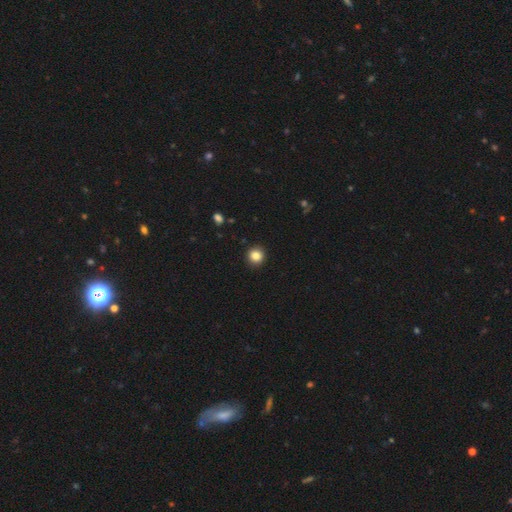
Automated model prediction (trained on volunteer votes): The model was most divided on "smooth or featured": smooth: 85%, star or artifact: 11%, featured or disk: 4%. More confident: merging — none (92%); how rounded — round (91%).